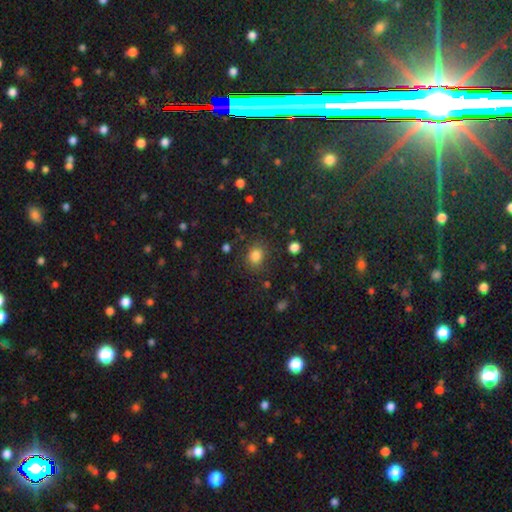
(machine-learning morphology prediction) Overall: smooth (82%). How rounded: round (70%). Merging: none (80%).